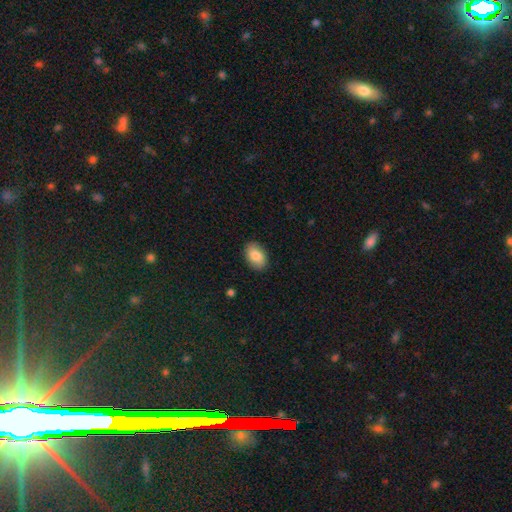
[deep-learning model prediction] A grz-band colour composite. It shows a smooth galaxy with no disk features (84%) that is in between round and cigar-shaped (88%). Merging: none (87%).